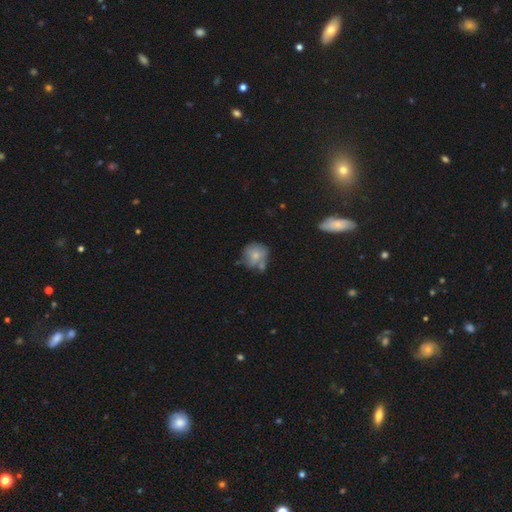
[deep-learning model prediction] Morphology: type=smooth (67%); roundness=round (84%); merging=none (51%).